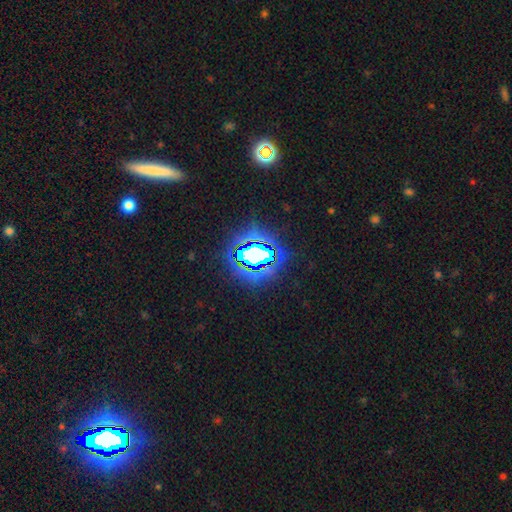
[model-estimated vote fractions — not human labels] Smooth or featured?
  - star or artifact: 69% *
  - smooth: 17%
  - featured or disk: 13%